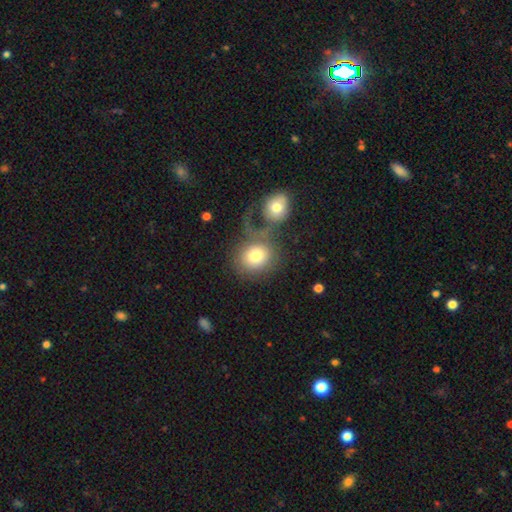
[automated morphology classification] smooth-or-featured: smooth: 77% | featured or disk: 14% | star or artifact: 8%
  how-rounded: round: 70% | in between: 30% | cigar-shaped: 1%
  merging: none: 38% | merger: 36% | major disturbance: 15% | minor disturbance: 12%